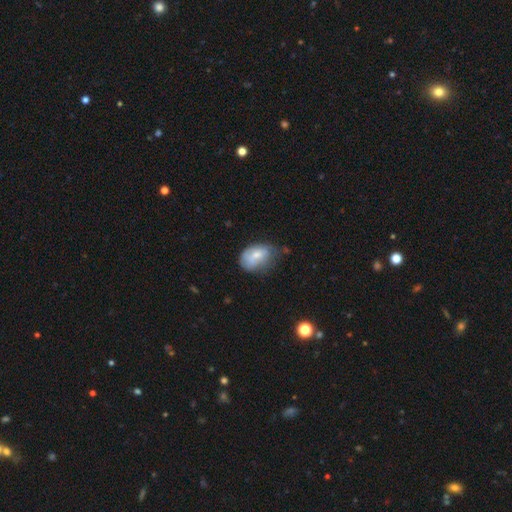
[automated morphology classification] type=smooth (66%); roundness=in between (83%); merging=none (43%).